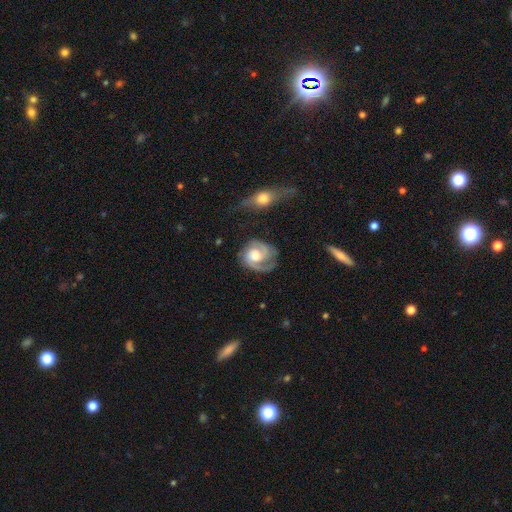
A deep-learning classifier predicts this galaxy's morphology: Smooth or featured? featured or disk (82%)
Edge-on disk? no (98%)
Bar? no (65%)
Spiral arms? yes (96%)
Spiral winding? tight (50%)
Spiral arm count? 2 (63%)
Bulge size? moderate (57%)
Merging? none (63%)